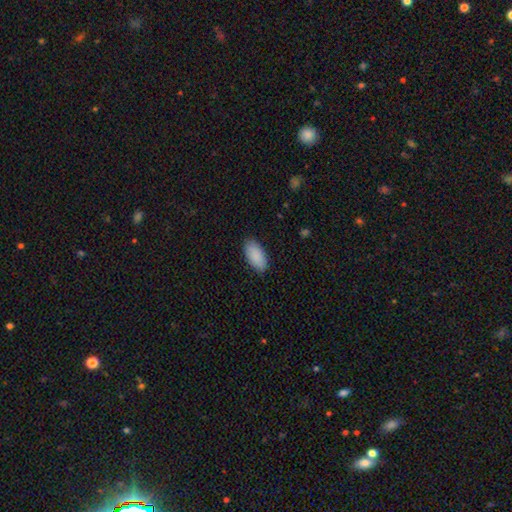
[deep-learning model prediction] This is clearly a smooth galaxy (90%). How rounded: clearly in between (94%). Merging: clearly none (87%).